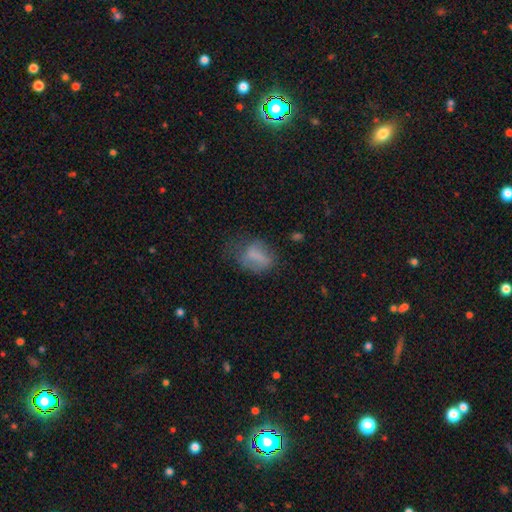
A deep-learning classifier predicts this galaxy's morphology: Overall: smooth (68%). How rounded: in between (73%). Merging: none (41%; minor disturbance 29%).